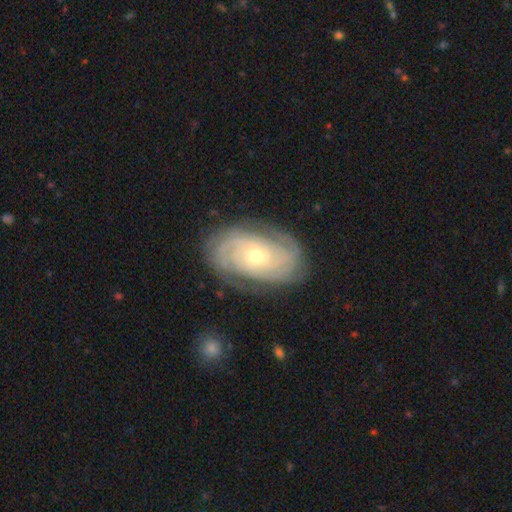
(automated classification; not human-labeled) Smooth or featured?
  - featured or disk: 88% *
  - smooth: 7%
  - star or artifact: 5%
Edge-on disk?
  - no: 96% *
  - yes: 4%
Bar?
  - no: 67% *
  - weak: 26%
  - strong: 7%
Spiral arms?
  - yes: 97% *
  - no: 3%
Spiral winding?
  - tight: 80% *
  - medium: 17%
  - loose: 3%
Spiral arm count?
  - can't tell: 28% *
  - 3: 22%
  - 2: 20%
  - 4: 17%
  - more than 4: 7%
  - 1: 6%
Bulge size?
  - small: 57% *
  - moderate: 40%
  - large: 1%
  - none: 1%
  - dominant: 1%
Merging?
  - none: 80% *
  - minor disturbance: 14%
  - major disturbance: 4%
  - merger: 1%